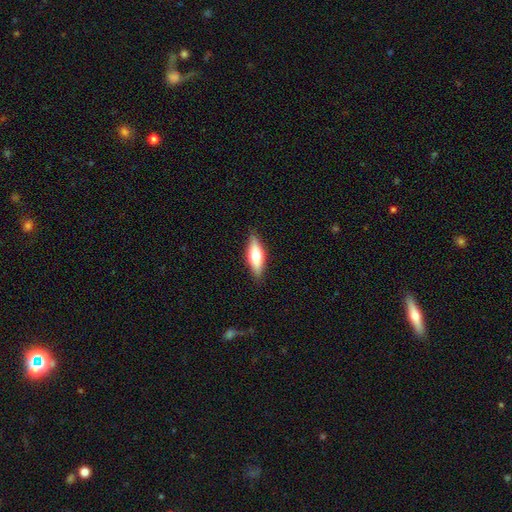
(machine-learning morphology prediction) A smooth galaxy with no disk features (57%) that is in between round and cigar-shaped (58%). Merging: none (87%).